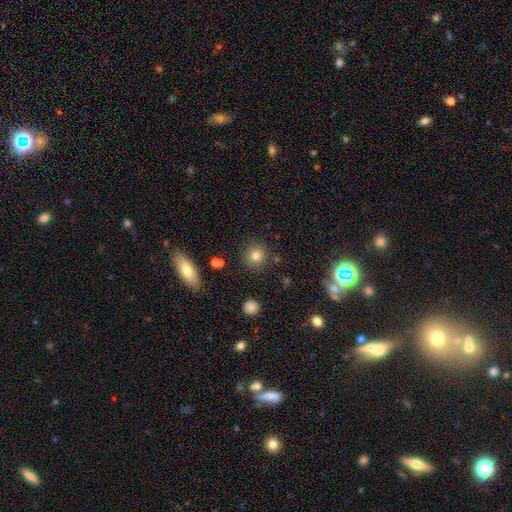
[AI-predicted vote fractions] smooth-or-featured: smooth: 80% | star or artifact: 12% | featured or disk: 8%
  how-rounded: round: 91% | in between: 8% | cigar-shaped: 1%
  merging: none: 87% | minor disturbance: 7% | merger: 3% | major disturbance: 3%